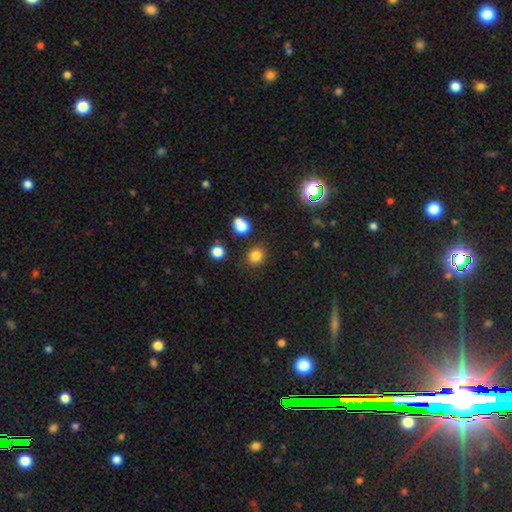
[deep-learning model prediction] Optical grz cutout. It shows a smooth galaxy with no disk features (82%) that is round (83%). Merging: none (85%).